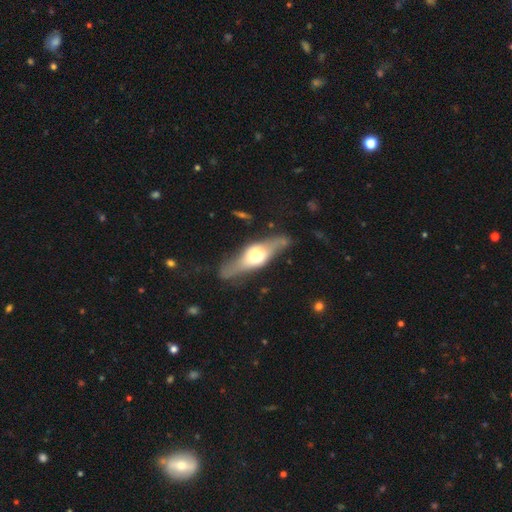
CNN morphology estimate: Q: Smooth or featured?
A: featured or disk (69%); runner-up: smooth (26%)
Q: Edge-on disk?
A: yes (86%); runner-up: no (14%)
Q: Edge-on bulge?
A: rounded (90%); runner-up: boxy (8%)
Q: Merging?
A: none (70%); runner-up: minor disturbance (19%)